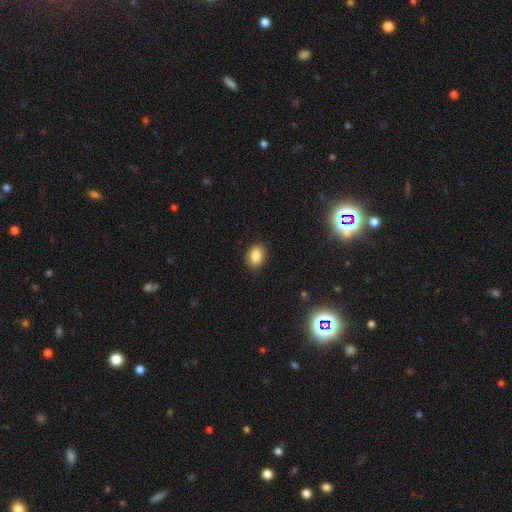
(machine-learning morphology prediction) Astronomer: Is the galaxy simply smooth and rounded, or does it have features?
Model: smooth — 86%.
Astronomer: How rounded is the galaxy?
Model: in between — 74%.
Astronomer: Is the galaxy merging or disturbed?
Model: none — 86%.